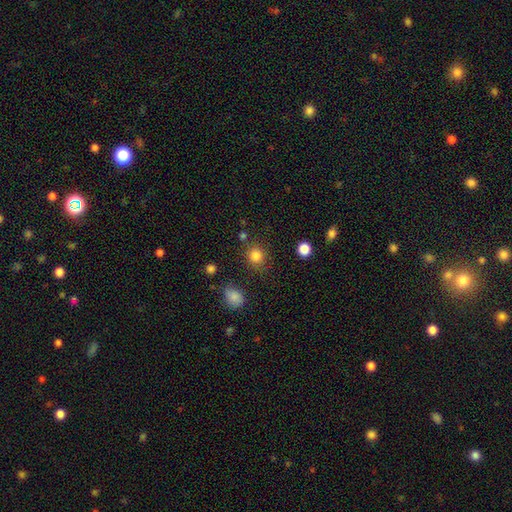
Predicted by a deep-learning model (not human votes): Smooth or featured? smooth (84%)
How rounded? round (85%)
Merging? none (79%)